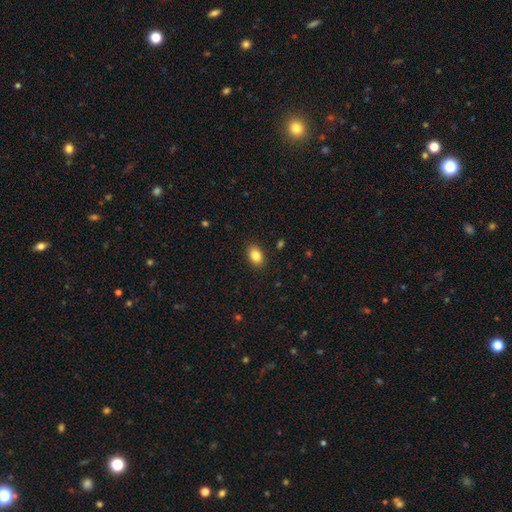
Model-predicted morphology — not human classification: A smooth galaxy with no disk features (84%) that is in between round and cigar-shaped (81%).

Vote fractions:
- Smooth or featured? smooth: 84% / star or artifact: 9% / featured or disk: 7%
- How rounded? in between: 81% / round: 18% / cigar-shaped: 1%
- Merging? none: 89% / minor disturbance: 8% / major disturbance: 2% / merger: 1%